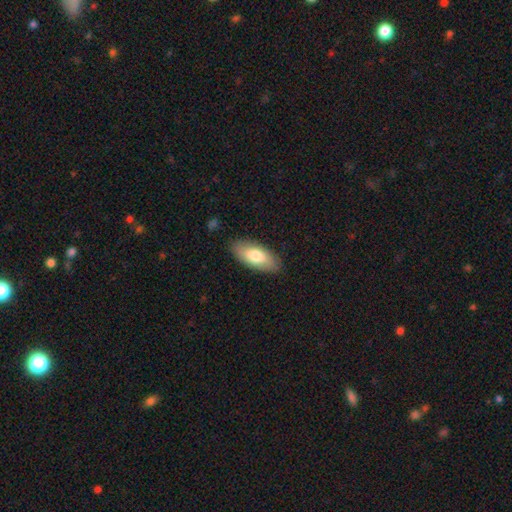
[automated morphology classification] This is likely a smooth galaxy (76%). How rounded: clearly in between (87%). Merging: clearly none (87%).